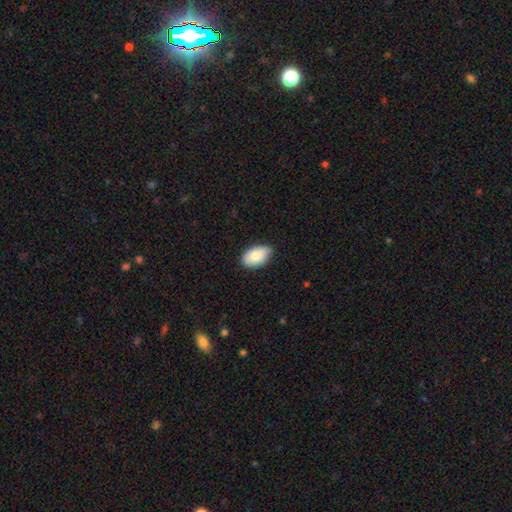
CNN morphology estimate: This appears to be a smooth galaxy with no disk features (82%) that is in between round and cigar-shaped (93%). Merging: none (71%).